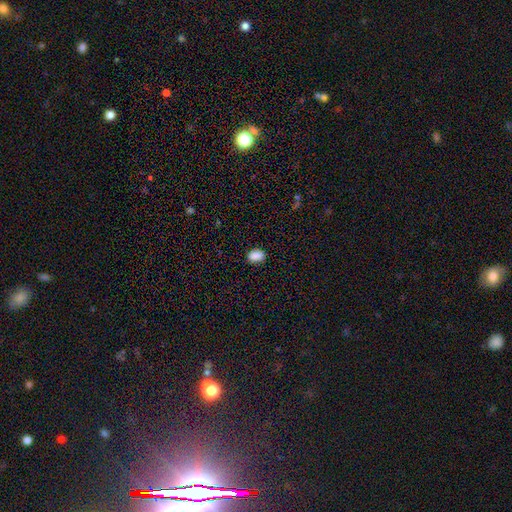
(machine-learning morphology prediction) Q: Smooth or featured?
A: smooth (88%); runner-up: star or artifact (9%)
Q: How rounded?
A: in between (78%); runner-up: round (21%)
Q: Merging?
A: none (84%); runner-up: minor disturbance (12%)